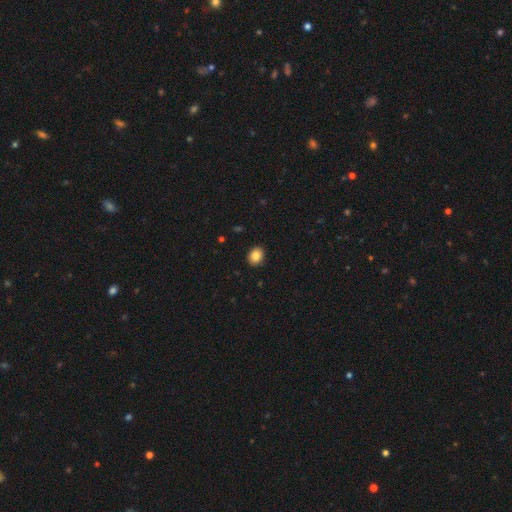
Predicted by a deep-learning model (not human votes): This is clearly a smooth galaxy (85%). How rounded: possibly round (57%). Merging: clearly none (91%).